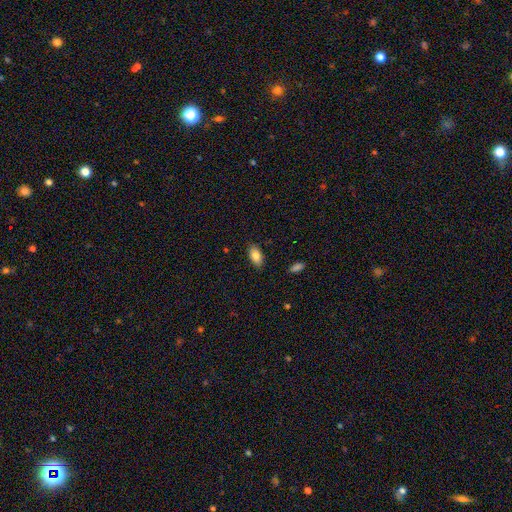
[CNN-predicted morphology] A smooth galaxy with no disk features (83%) that is in between round and cigar-shaped (92%). Merging: none (86%).